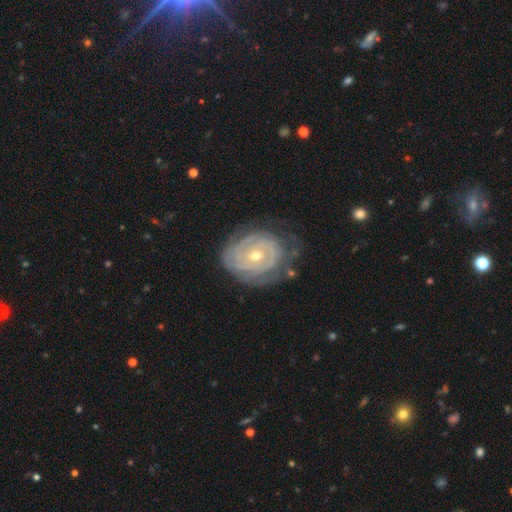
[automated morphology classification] smooth_or_featured: featured or disk (p=0.87) [alt: smooth p=0.08]
disk_edge_on: no (p=0.97) [alt: yes p=0.03]
bar: no (p=0.69) [alt: weak p=0.24]
has_spiral_arms: yes (p=0.94) [alt: no p=0.06]
spiral_winding: tight (p=0.81) [alt: medium p=0.15]
spiral_arm_count: can't tell (p=0.35) [alt: 2 p=0.26]
bulge_size: moderate (p=0.56) [alt: small p=0.41]
merging: none (p=0.67) [alt: minor disturbance p=0.22]